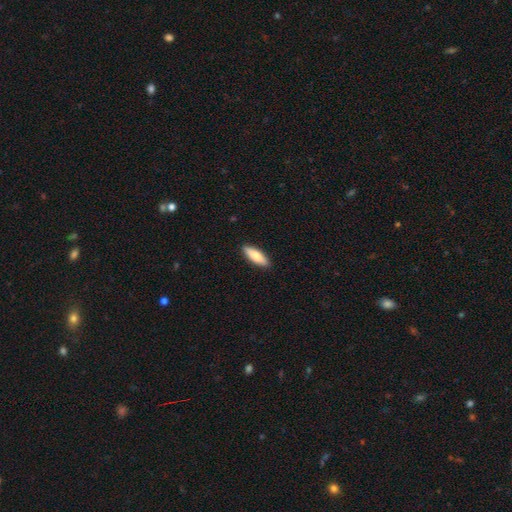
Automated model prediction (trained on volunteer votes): Smooth or featured? Predicted: smooth (p=0.78). How rounded? Predicted: in between (p=0.56). Merging? Predicted: none (p=0.90).